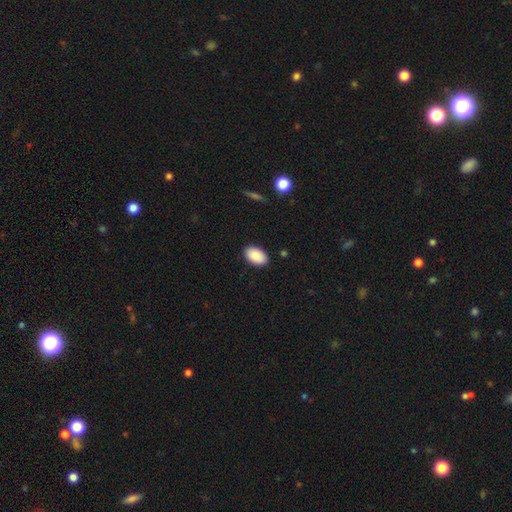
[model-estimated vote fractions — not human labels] Smooth or featured? Predicted: smooth (p=0.90). How rounded? Predicted: in between (p=0.94). Merging? Predicted: none (p=0.89).